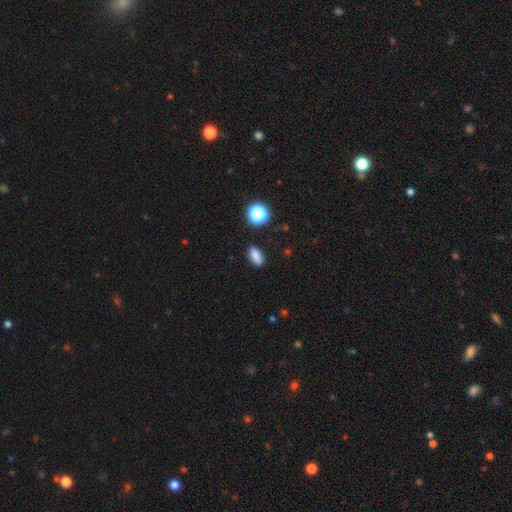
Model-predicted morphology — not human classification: A smooth galaxy with no disk features (83%) that is in between round and cigar-shaped (78%). Merging: none (86%).